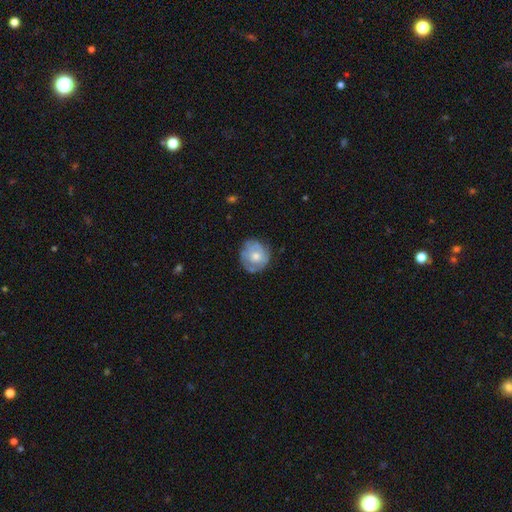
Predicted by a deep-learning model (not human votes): This is possibly a featured or disk galaxy (49%). Merging: likely none (71%).